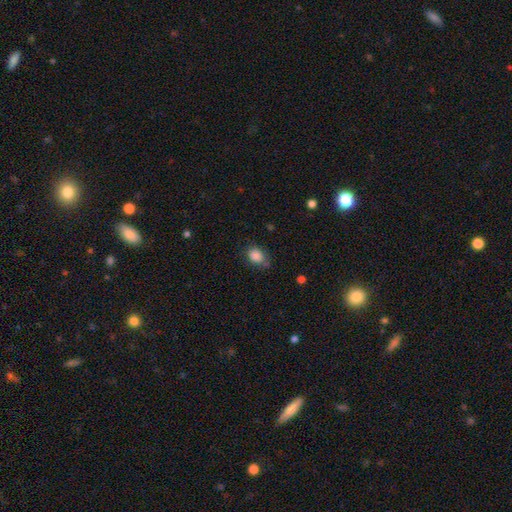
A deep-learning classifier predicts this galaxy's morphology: This appears to be a smooth galaxy with no disk features (86%) that is in between round and cigar-shaped (63%). Merging: none (62%).